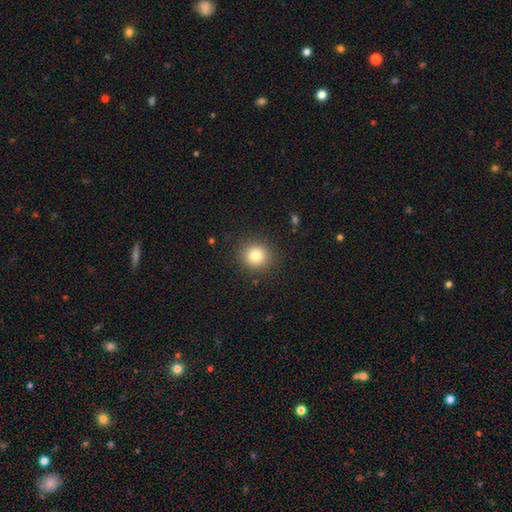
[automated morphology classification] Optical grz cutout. It shows a smooth galaxy with no disk features (81%) that is round (90%). Merging: none (90%).